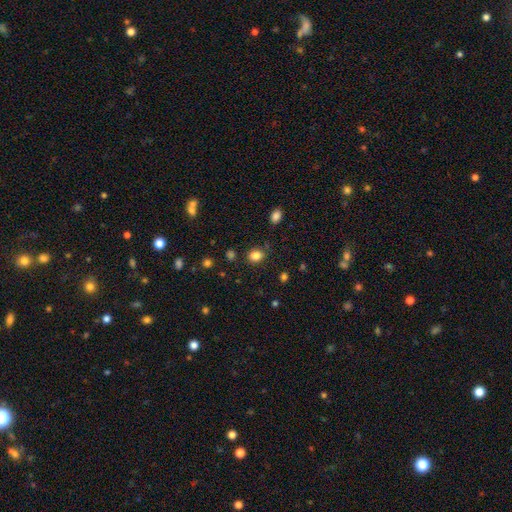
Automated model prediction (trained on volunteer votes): smooth-or-featured: smooth: 84% | star or artifact: 12% | featured or disk: 4%
  how-rounded: round: 50% | in between: 49% | cigar-shaped: 1%
  merging: none: 82% | minor disturbance: 11% | major disturbance: 3% | merger: 3%